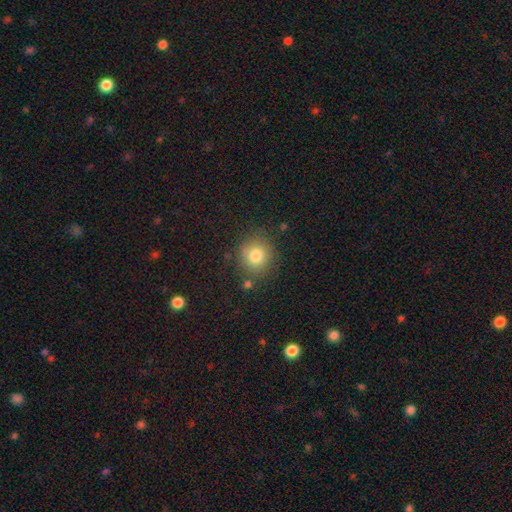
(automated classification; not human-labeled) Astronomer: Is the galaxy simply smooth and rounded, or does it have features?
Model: smooth — 80%.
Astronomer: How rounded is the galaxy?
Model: round — 87%.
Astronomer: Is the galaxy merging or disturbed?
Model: none — 80%.